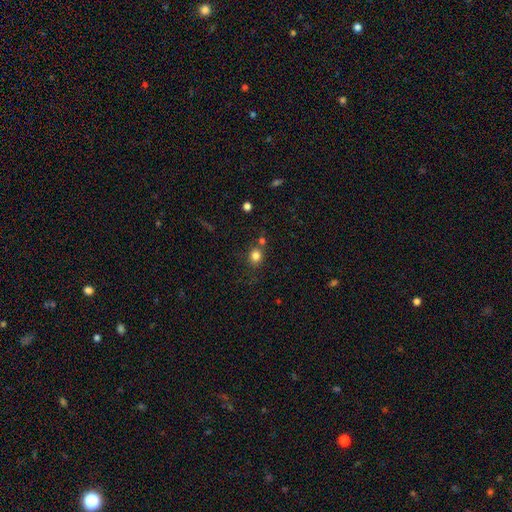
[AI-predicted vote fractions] smooth 81%, star or artifact 13%, featured or disk 6%. Down the decision tree: how rounded — round (75%); merging — none (70%).